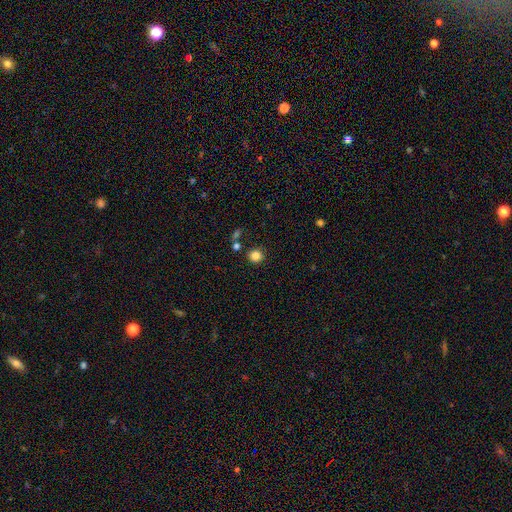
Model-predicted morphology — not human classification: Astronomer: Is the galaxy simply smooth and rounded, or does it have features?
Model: smooth — 84%.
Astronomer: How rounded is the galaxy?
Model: round — 89%.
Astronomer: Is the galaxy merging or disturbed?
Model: none — 84%.